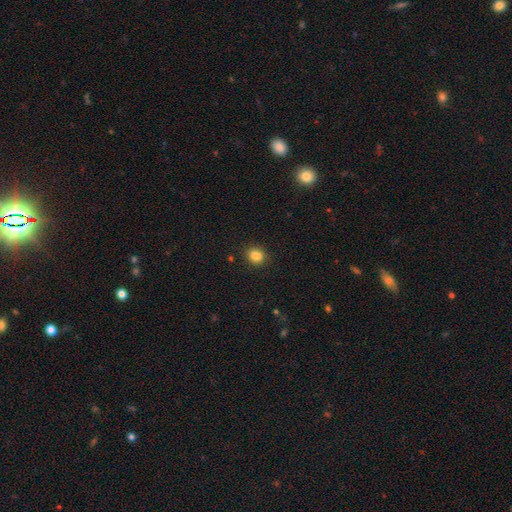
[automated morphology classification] The model was most divided on "how rounded": round: 61%, in between: 38%, cigar-shaped: 1%. More confident: smooth or featured — smooth (85%); merging — none (85%).